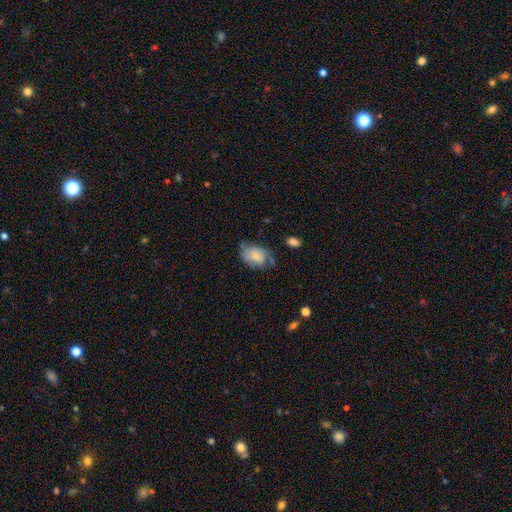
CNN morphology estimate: A smooth galaxy with no disk features (72%) that is in between round and cigar-shaped (83%). Merging: none (47%).